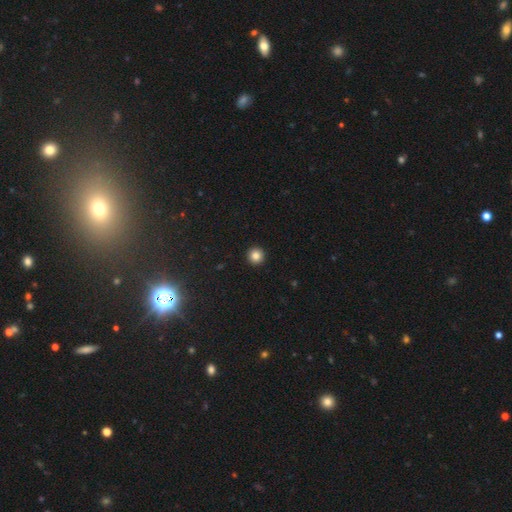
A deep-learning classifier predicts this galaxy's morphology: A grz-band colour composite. It shows a smooth galaxy with no disk features (84%) that is round (96%). Merging: none (94%).